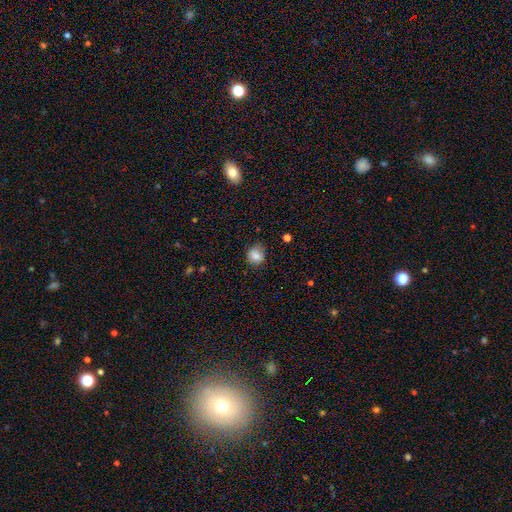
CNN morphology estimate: A smooth galaxy with no disk features (84%) that is round (74%).

Vote fractions:
- Smooth or featured? smooth: 84% / star or artifact: 10% / featured or disk: 6%
- How rounded? round: 74% / in between: 25% / cigar-shaped: 1%
- Merging? none: 75% / minor disturbance: 19% / major disturbance: 4% / merger: 1%